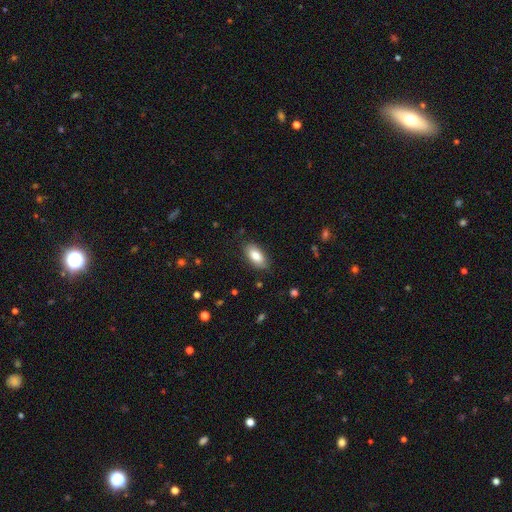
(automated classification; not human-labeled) Overall: smooth (82%). How rounded: in between (91%). Merging: none (85%).